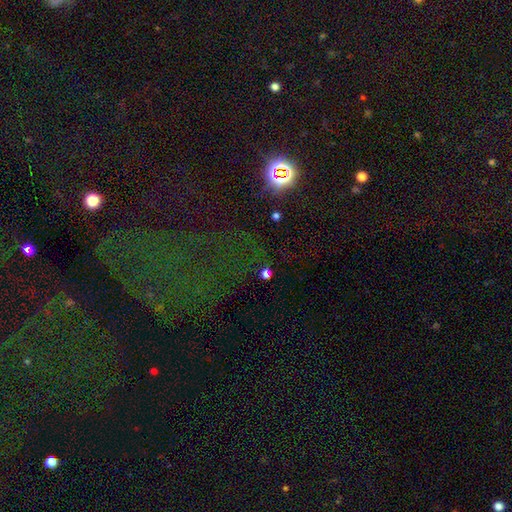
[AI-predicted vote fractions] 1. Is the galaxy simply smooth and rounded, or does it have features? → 75% star or artifact, 14% smooth, 10% featured or disk.